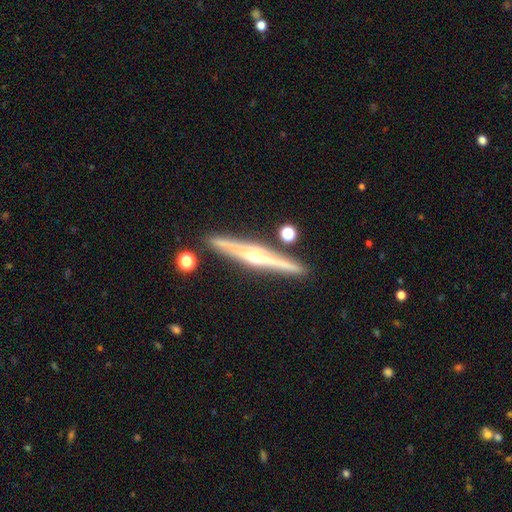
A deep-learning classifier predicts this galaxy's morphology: This is clearly a featured or disk galaxy (80%). It is clearly viewed edge-on (98%). Edge-on bulge: clearly rounded (92%). Merging: clearly none (87%).